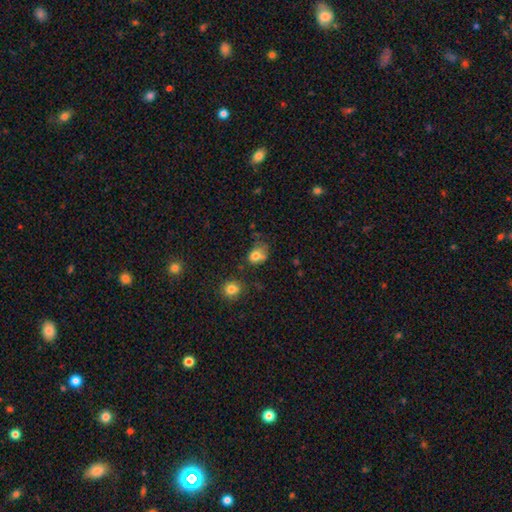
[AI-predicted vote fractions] A smooth galaxy with no disk features (76%) that is in between round and cigar-shaped (58%).

Vote fractions:
- Smooth or featured? smooth: 76% / featured or disk: 13% / star or artifact: 12%
- How rounded? in between: 58% / round: 41% / cigar-shaped: 1%
- Merging? none: 39% / minor disturbance: 31% / major disturbance: 20% / merger: 10%